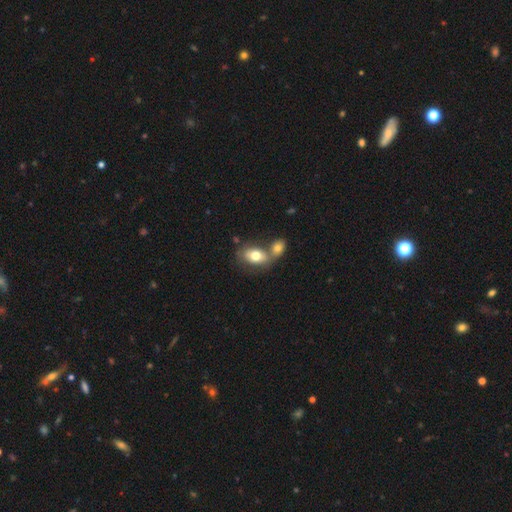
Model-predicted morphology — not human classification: Overall: smooth (75%). How rounded: in between (84%). Merging: merger (53%; none 33%).